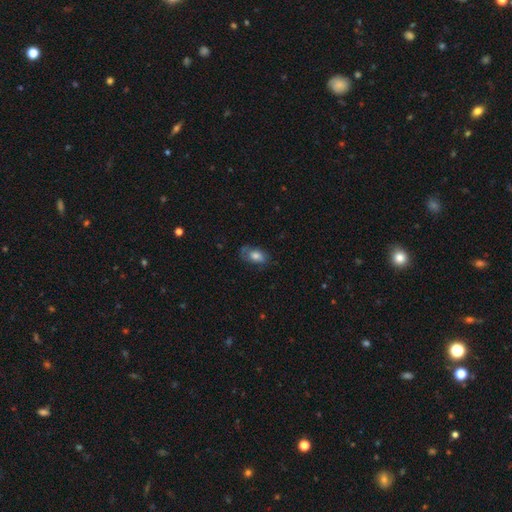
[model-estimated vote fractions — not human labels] Smooth or featured?
  - smooth: 60% *
  - featured or disk: 32%
  - star or artifact: 8%
How rounded?
  - in between: 89% *
  - round: 9%
  - cigar-shaped: 3%
Merging?
  - none: 60% *
  - minor disturbance: 25%
  - major disturbance: 13%
  - merger: 2%